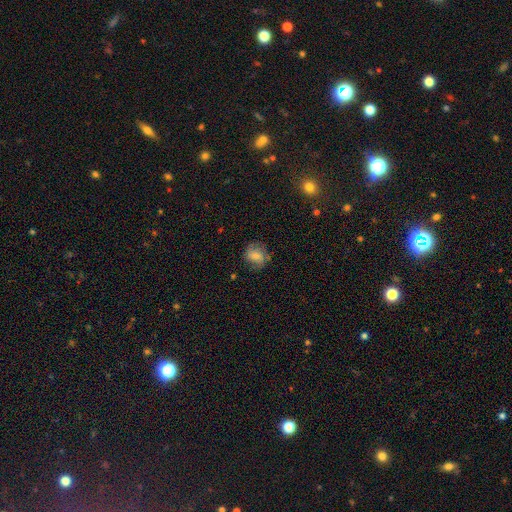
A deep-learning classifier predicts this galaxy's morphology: This is possibly a smooth galaxy (57%). How rounded: likely round (70%). Merging: likely none (72%).